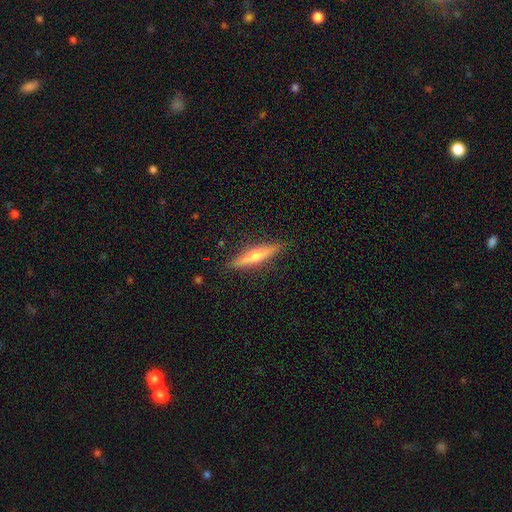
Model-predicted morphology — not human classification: This appears to be a featured or disk galaxy (66%) viewed edge-on (96%) with a rounded central bulge (92%). Merging: none (89%).